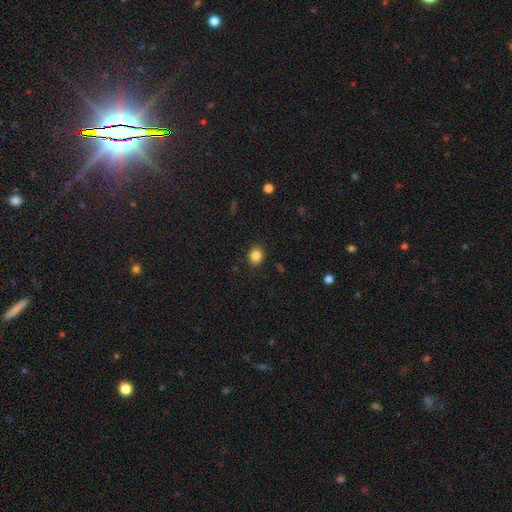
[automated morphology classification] smooth 85%, star or artifact 10%, featured or disk 5%. Down the decision tree: how rounded — round (54%); merging — none (89%).